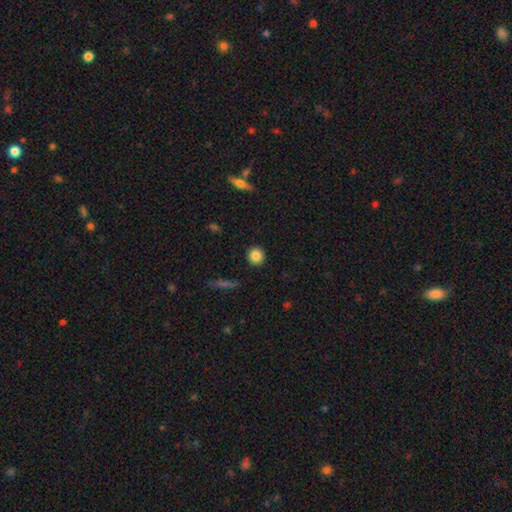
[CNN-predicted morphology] Q: Smooth or featured?
A: smooth (84%); runner-up: star or artifact (10%)
Q: How rounded?
A: round (92%); runner-up: in between (7%)
Q: Merging?
A: none (92%); runner-up: minor disturbance (5%)